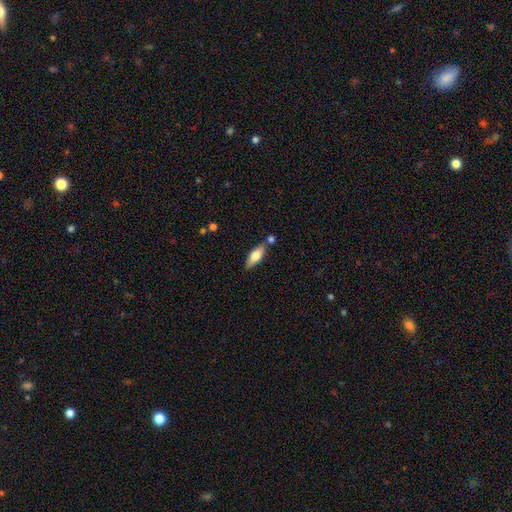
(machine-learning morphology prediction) Overall: smooth (62%; featured or disk 31%). How rounded: in between (62%; cigar-shaped 36%). Merging: none (74%).